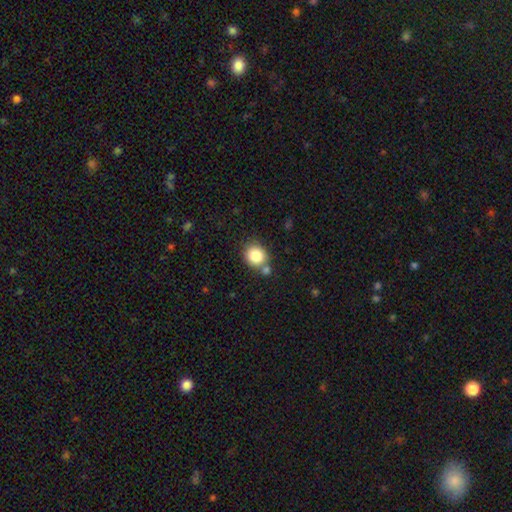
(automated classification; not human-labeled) smooth_or_featured: smooth (p=0.84) [alt: star or artifact p=0.10]
how_rounded: round (p=0.75) [alt: in between p=0.24]
merging: none (p=0.68) [alt: merger p=0.16]